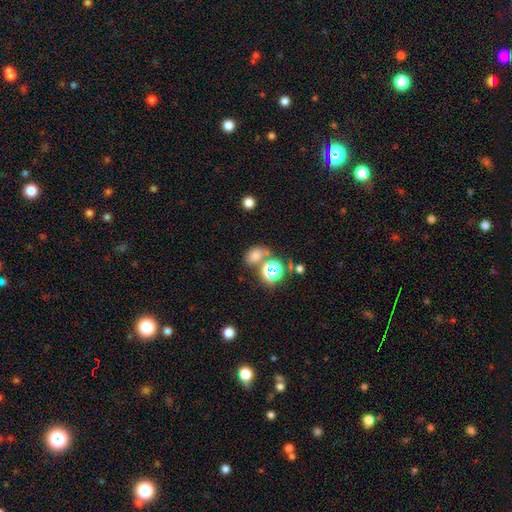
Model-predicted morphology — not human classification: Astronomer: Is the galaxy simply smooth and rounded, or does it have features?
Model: smooth — 59%.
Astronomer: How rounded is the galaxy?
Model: in between — 59% (runner-up: round, 39%).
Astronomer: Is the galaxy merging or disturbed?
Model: none — 58%.